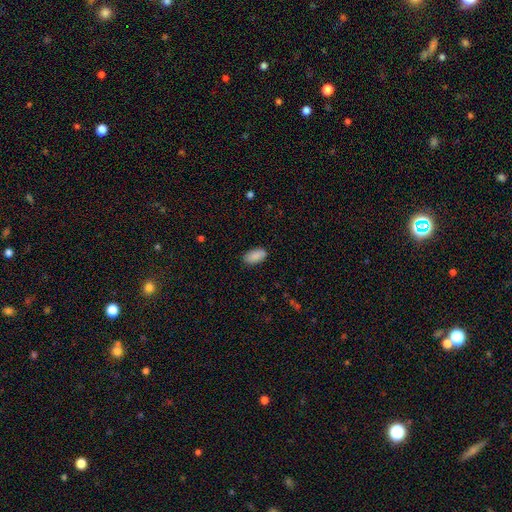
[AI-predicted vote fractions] Smooth or featured? Predicted: smooth (p=0.89). How rounded? Predicted: in between (p=0.92). Merging? Predicted: none (p=0.87).